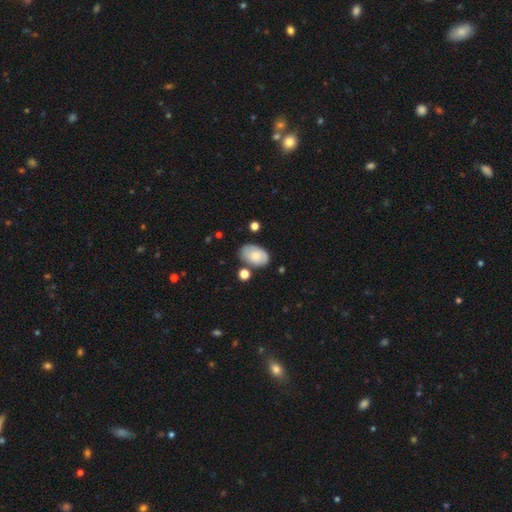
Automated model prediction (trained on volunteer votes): Morphology: type=smooth (75%); roundness=in between (90%); merging=none (67%).